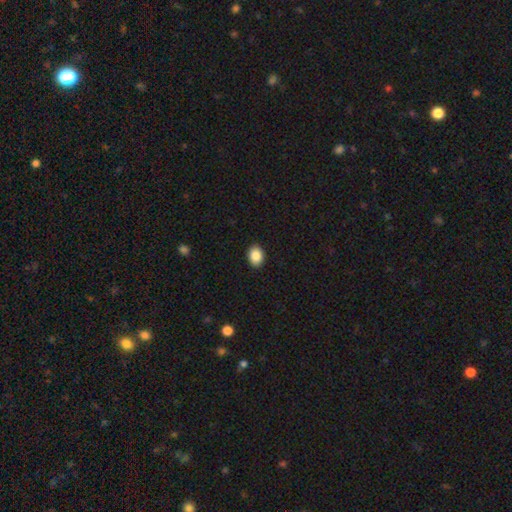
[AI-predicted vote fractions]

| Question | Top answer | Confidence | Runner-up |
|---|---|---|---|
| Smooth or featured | smooth | 88% | star or artifact (8%) |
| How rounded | in between | 69% | round (30%) |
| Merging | none | 91% | minor disturbance (7%) |